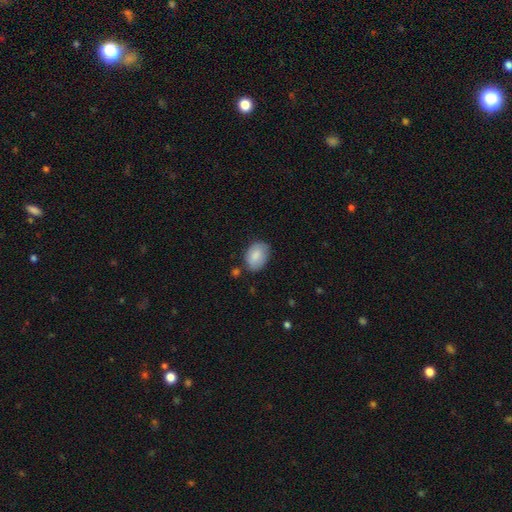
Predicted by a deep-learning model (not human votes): A smooth galaxy with no disk features (82%) that is in between round and cigar-shaped (78%). Merging: none (68%).